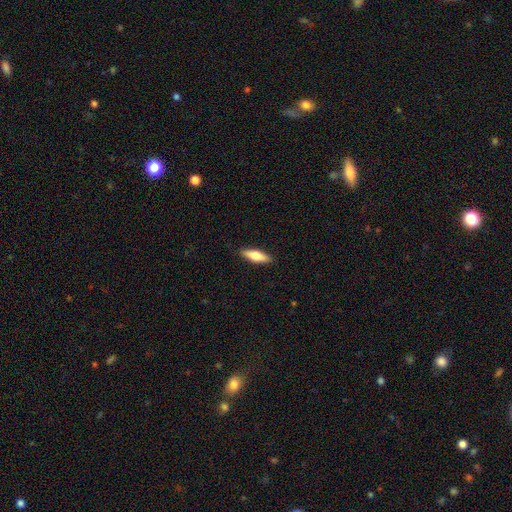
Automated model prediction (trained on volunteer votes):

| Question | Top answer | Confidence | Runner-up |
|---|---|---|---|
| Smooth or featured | smooth | 67% | featured or disk (28%) |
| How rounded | cigar-shaped | 53% | in between (45%) |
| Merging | none | 89% | minor disturbance (8%) |